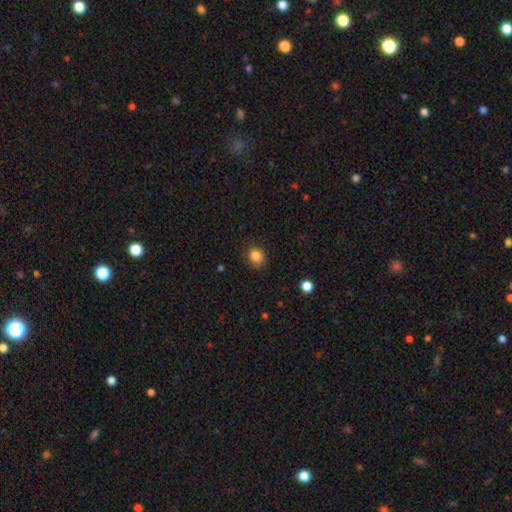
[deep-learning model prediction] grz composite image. It shows a smooth galaxy with no disk features (85%) that is round (72%). Merging: none (82%).